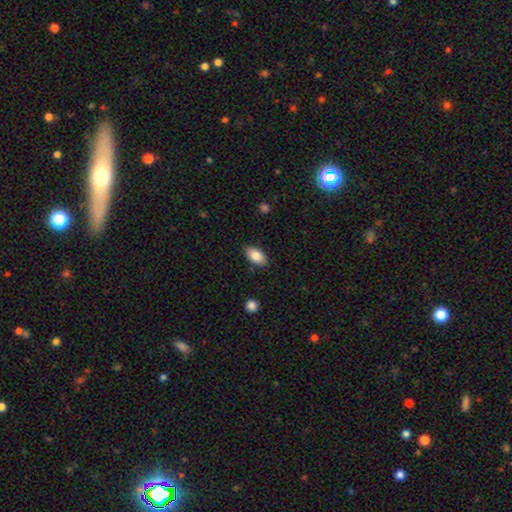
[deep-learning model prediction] smooth-or-featured: smooth: 83% | featured or disk: 10% | star or artifact: 7%
  how-rounded: in between: 93% | round: 4% | cigar-shaped: 3%
  merging: none: 86% | minor disturbance: 10% | major disturbance: 2% | merger: 1%